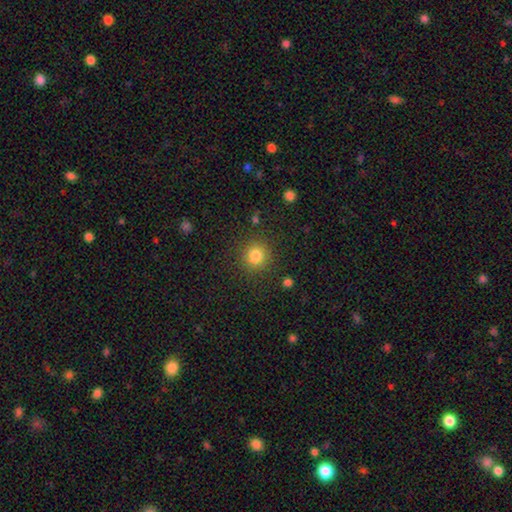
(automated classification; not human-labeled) Smooth or featured? Predicted: smooth (p=0.81). How rounded? Predicted: round (p=0.90). Merging? Predicted: none (p=0.86).